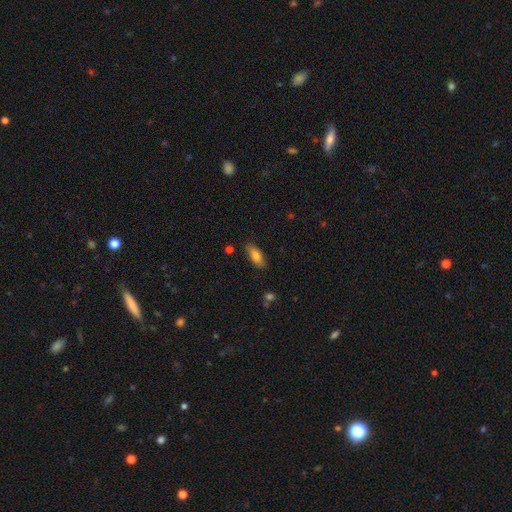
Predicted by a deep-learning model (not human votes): Q: Smooth or featured?
A: smooth (80%); runner-up: featured or disk (13%)
Q: How rounded?
A: in between (77%); runner-up: cigar-shaped (21%)
Q: Merging?
A: none (82%); runner-up: minor disturbance (14%)